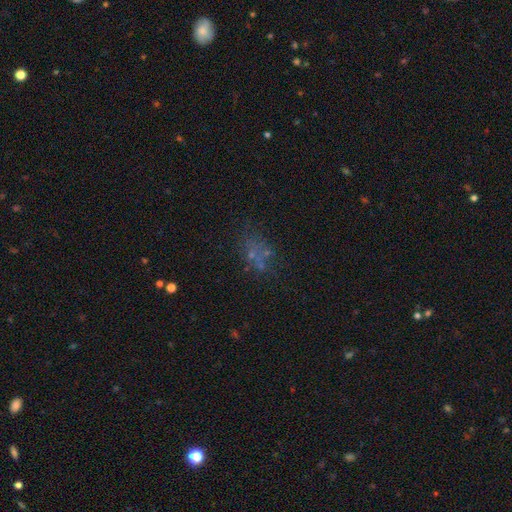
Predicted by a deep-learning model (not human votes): smooth 38%, star or artifact 35%, featured or disk 27%. Down the decision tree: merging — none (55%).